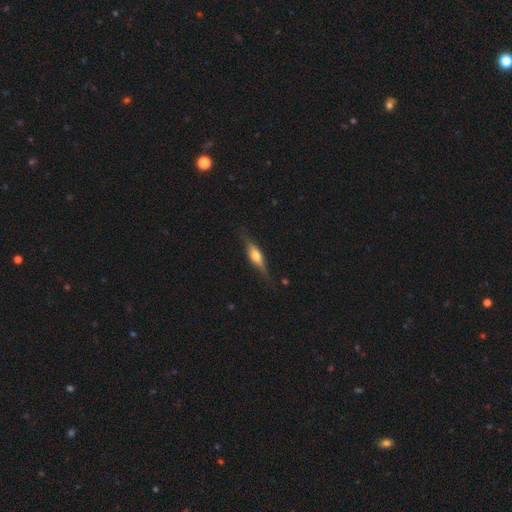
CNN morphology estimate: featured or disk 57%, smooth 37%, star or artifact 6%. Down the decision tree: edge-on disk — yes (93%); edge-on bulge — rounded (90%); merging — none (80%).